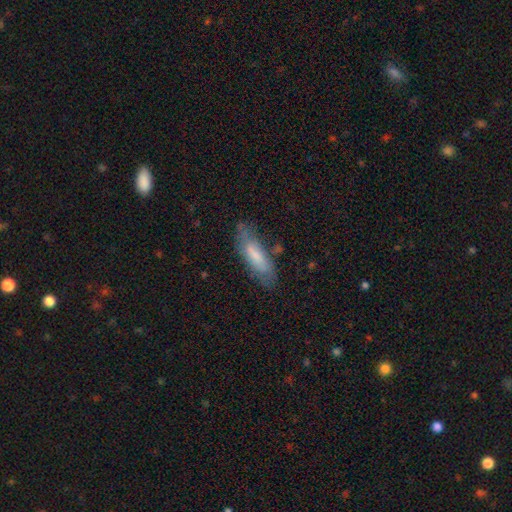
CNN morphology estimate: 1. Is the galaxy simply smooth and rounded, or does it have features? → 64% smooth, 29% featured or disk, 7% star or artifact.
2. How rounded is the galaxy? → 50% in between, 48% cigar-shaped, 2% round.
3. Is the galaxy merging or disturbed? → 65% none, 23% minor disturbance, 8% major disturbance, 4% merger.